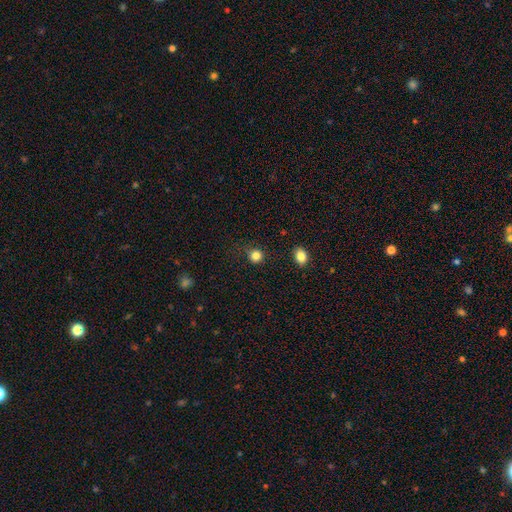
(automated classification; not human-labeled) Overall: smooth (83%). How rounded: round (88%). Merging: none (79%).